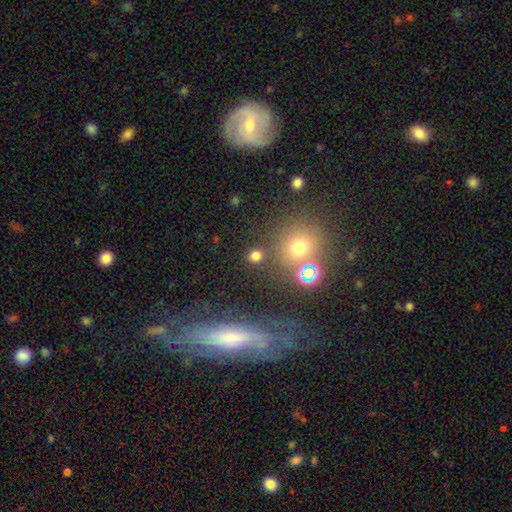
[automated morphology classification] Overall: smooth (71%). How rounded: round (79%). Merging: none (82%).